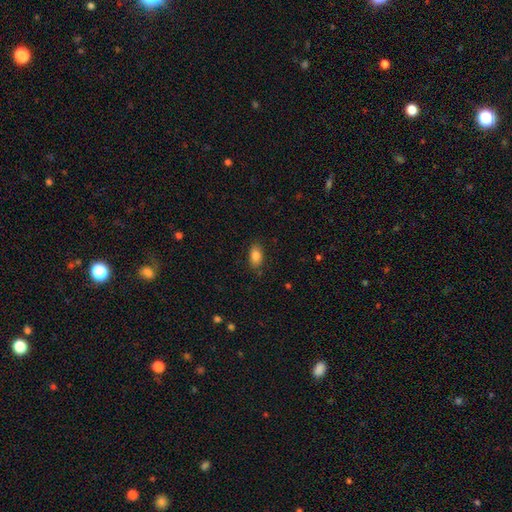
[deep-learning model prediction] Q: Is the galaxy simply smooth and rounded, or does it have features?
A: smooth — 84%.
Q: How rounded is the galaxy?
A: in between — 90%.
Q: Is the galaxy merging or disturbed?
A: none — 85%.